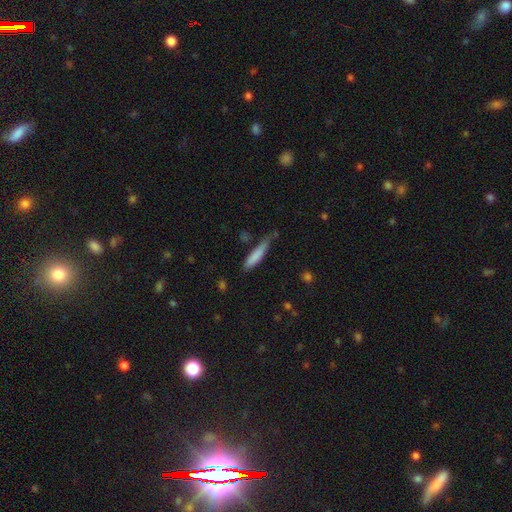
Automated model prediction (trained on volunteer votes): This is likely a smooth galaxy (79%). How rounded: clearly cigar-shaped (88%). Merging: likely none (60%).